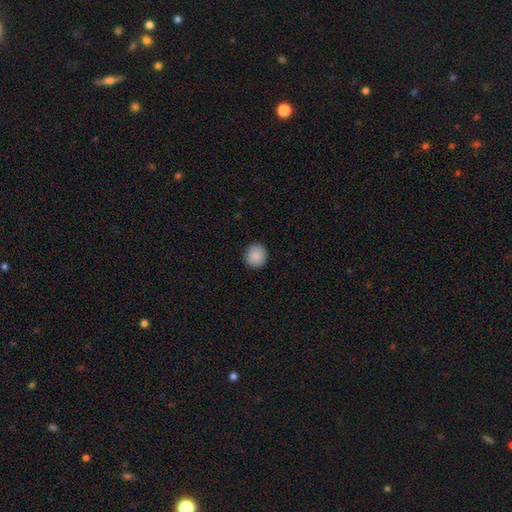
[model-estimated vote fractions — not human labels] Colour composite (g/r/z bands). It shows a smooth galaxy with no disk features (89%) that is round (92%). Merging: none (92%).